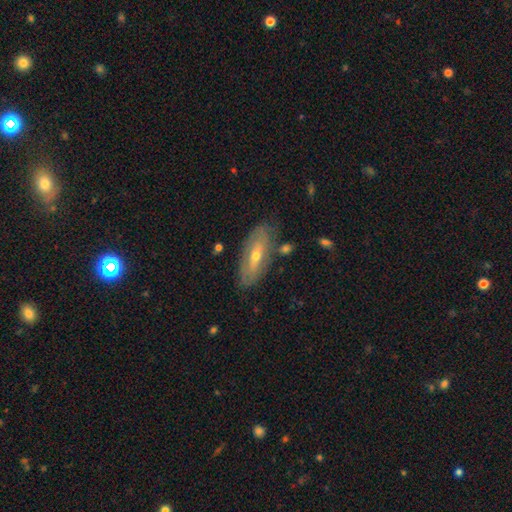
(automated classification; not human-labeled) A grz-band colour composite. It shows a featured or disk galaxy (57%). Merging: none (80%).